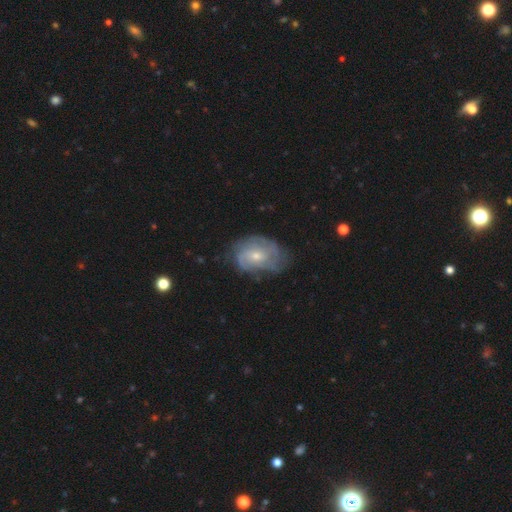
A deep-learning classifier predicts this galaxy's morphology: smooth_or_featured: featured or disk (p=0.74) [alt: smooth p=0.20]
disk_edge_on: no (p=0.97) [alt: yes p=0.03]
bar: no (p=0.64) [alt: weak p=0.32]
has_spiral_arms: yes (p=0.88) [alt: no p=0.12]
spiral_winding: tight (p=0.50) [alt: medium p=0.37]
spiral_arm_count: can't tell (p=0.40) [alt: 2 p=0.23]
bulge_size: small (p=0.55) [alt: moderate p=0.40]
merging: none (p=0.61) [alt: minor disturbance p=0.26]